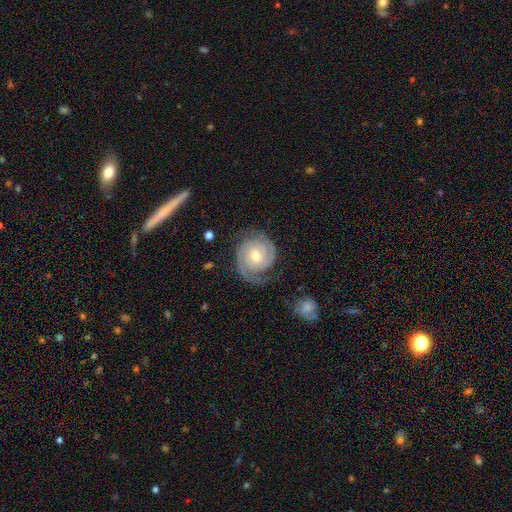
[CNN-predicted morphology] Smooth or featured? featured or disk (89%)
Edge-on disk? no (98%)
Bar? no (54%)
Spiral arms? yes (98%)
Spiral winding? tight (74%)
Spiral arm count? 2 (83%)
Bulge size? moderate (63%)
Merging? none (79%)